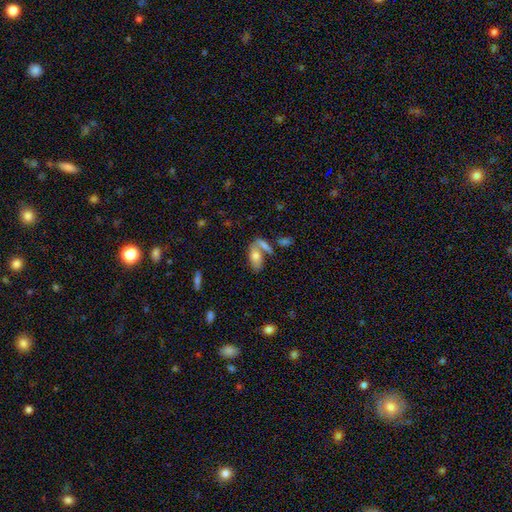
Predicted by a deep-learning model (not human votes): A smooth galaxy with no disk features (67%) that is in between round and cigar-shaped (85%). Merging: none (42%).